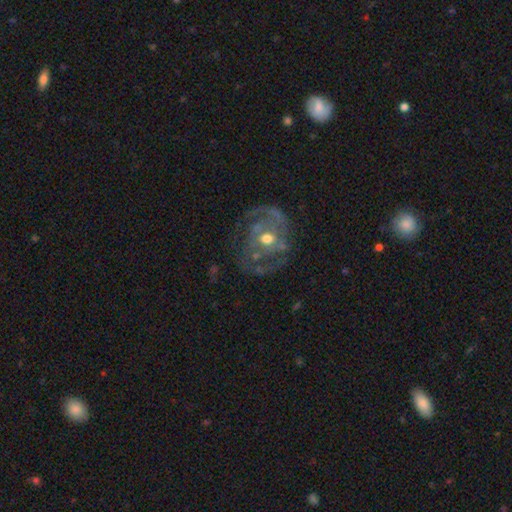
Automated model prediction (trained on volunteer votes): Smooth or featured?
  - featured or disk: 73% *
  - star or artifact: 15%
  - smooth: 12%
Edge-on disk?
  - no: 96% *
  - yes: 4%
Bar?
  - no: 66% *
  - weak: 26%
  - strong: 9%
Spiral arms?
  - yes: 82% *
  - no: 18%
Spiral winding?
  - tight: 58% *
  - medium: 33%
  - loose: 10%
Spiral arm count?
  - can't tell: 37% *
  - 2: 27%
  - 3: 16%
  - 4: 7%
  - 1: 7%
  - more than 4: 6%
Bulge size?
  - moderate: 56% *
  - small: 39%
  - large: 3%
  - none: 1%
  - dominant: 1%
Merging?
  - none: 77% *
  - minor disturbance: 13%
  - major disturbance: 7%
  - merger: 2%